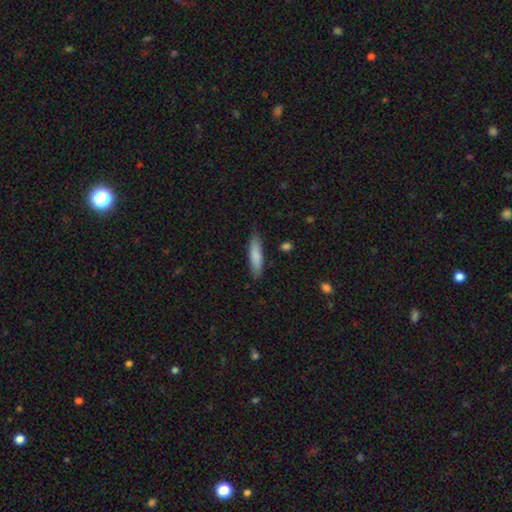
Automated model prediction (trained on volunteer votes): Overall: smooth (82%). How rounded: cigar-shaped (72%). Merging: none (84%).